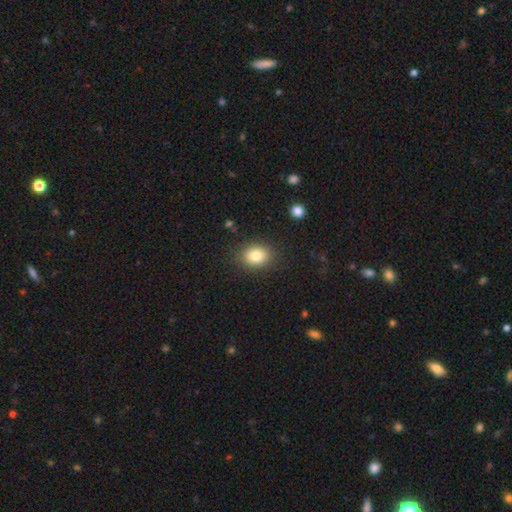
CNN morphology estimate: A smooth galaxy with no disk features (82%) that is in between round and cigar-shaped (55%).

Vote fractions:
- Smooth or featured? smooth: 82% / star or artifact: 10% / featured or disk: 8%
- How rounded? in between: 55% / round: 44% / cigar-shaped: 1%
- Merging? none: 86% / minor disturbance: 9% / major disturbance: 3% / merger: 1%